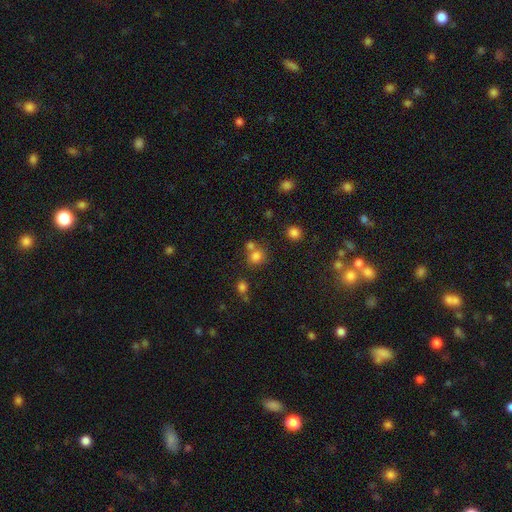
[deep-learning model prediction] Q: Smooth or featured?
A: smooth (77%); runner-up: star or artifact (16%)
Q: How rounded?
A: round (80%); runner-up: in between (19%)
Q: Merging?
A: none (56%); runner-up: merger (31%)